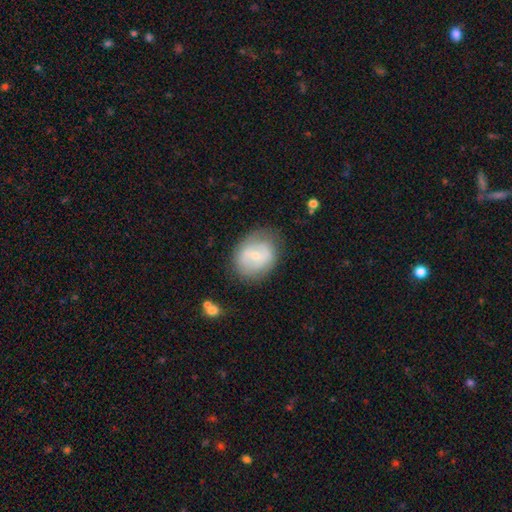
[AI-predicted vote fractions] Smooth or featured? smooth (47%)
Merging? none (70%)